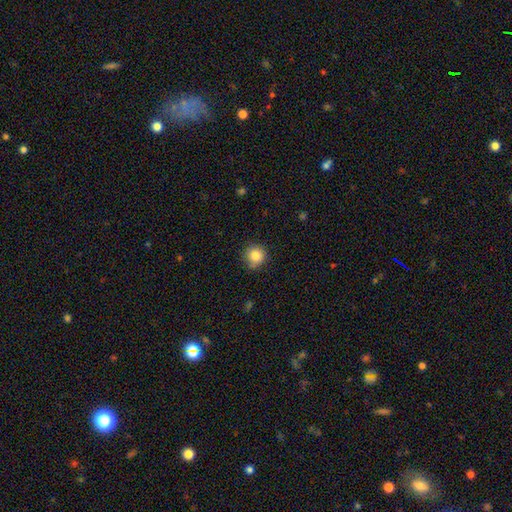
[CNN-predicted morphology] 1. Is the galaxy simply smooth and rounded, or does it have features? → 84% smooth, 10% star or artifact, 5% featured or disk.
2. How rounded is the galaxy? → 93% round, 6% in between, 1% cigar-shaped.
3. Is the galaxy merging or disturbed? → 83% none, 12% minor disturbance, 3% merger, 3% major disturbance.